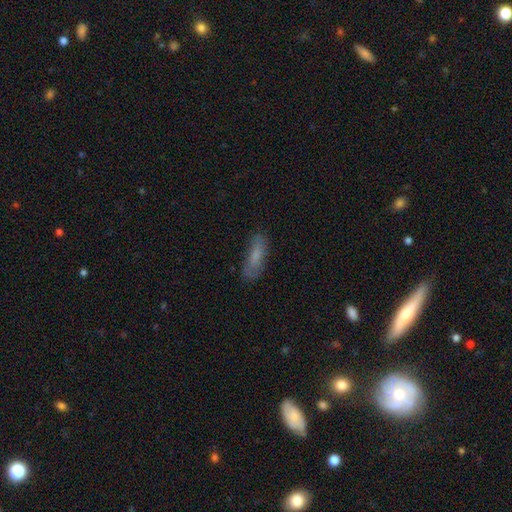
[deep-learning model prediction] Morphology: type=smooth (70%); roundness=cigar-shaped (51%); merging=none (74%).